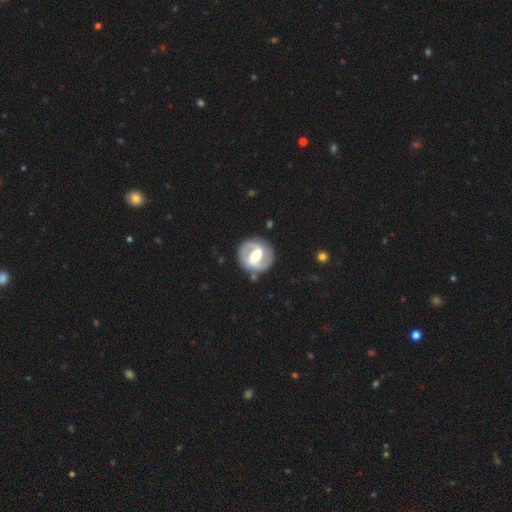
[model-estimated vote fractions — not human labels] Q: Smooth or featured?
A: featured or disk (81%); runner-up: smooth (15%)
Q: Edge-on disk?
A: no (97%); runner-up: yes (3%)
Q: Bar?
A: strong (51%); runner-up: weak (36%)
Q: Spiral arms?
A: yes (86%); runner-up: no (14%)
Q: Spiral winding?
A: medium (47%); runner-up: tight (39%)
Q: Spiral arm count?
A: 2 (90%); runner-up: can't tell (5%)
Q: Bulge size?
A: moderate (66%); runner-up: large (17%)
Q: Merging?
A: none (85%); runner-up: minor disturbance (10%)